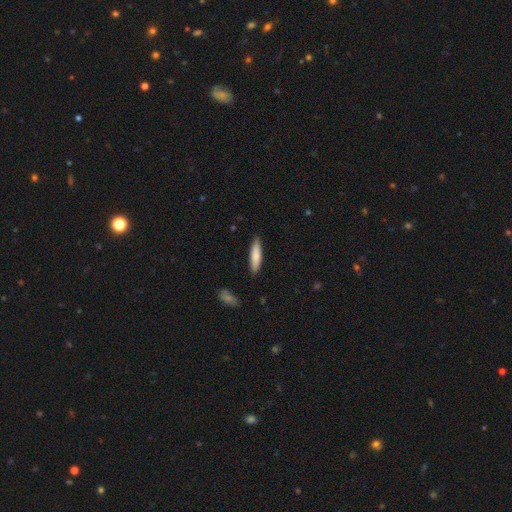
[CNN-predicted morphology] Q: Smooth or featured?
A: smooth (81%); runner-up: featured or disk (13%)
Q: How rounded?
A: cigar-shaped (76%); runner-up: in between (22%)
Q: Merging?
A: none (86%); runner-up: minor disturbance (11%)